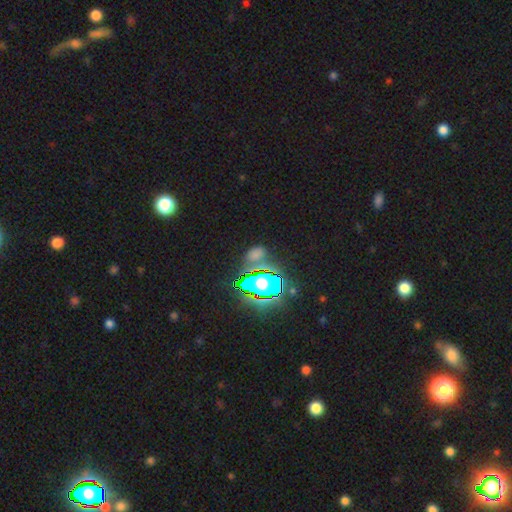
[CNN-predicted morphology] Smooth or featured? Predicted: star or artifact (p=0.55).